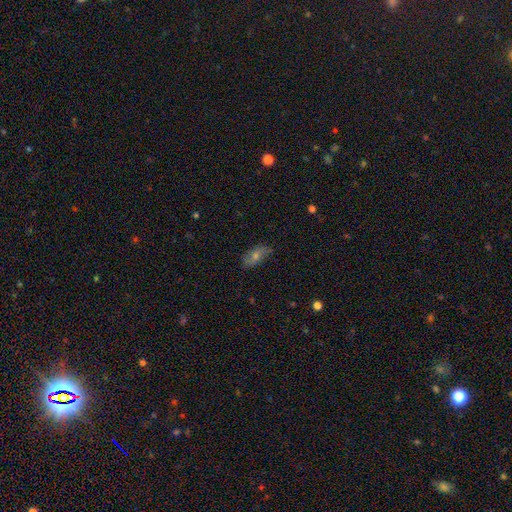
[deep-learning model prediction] Smooth or featured? Predicted: smooth (p=0.44). Merging? Predicted: none (p=0.77).